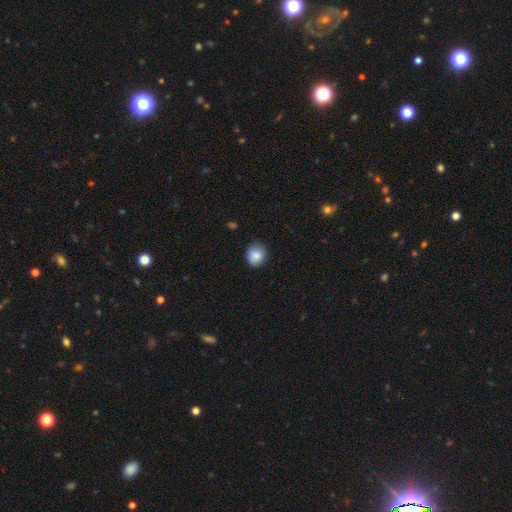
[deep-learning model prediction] A smooth galaxy with no disk features (86%) that is round (76%).

Vote fractions:
- Smooth or featured? smooth: 86% / star or artifact: 8% / featured or disk: 5%
- How rounded? round: 76% / in between: 23% / cigar-shaped: 1%
- Merging? none: 79% / minor disturbance: 17% / major disturbance: 3% / merger: 1%